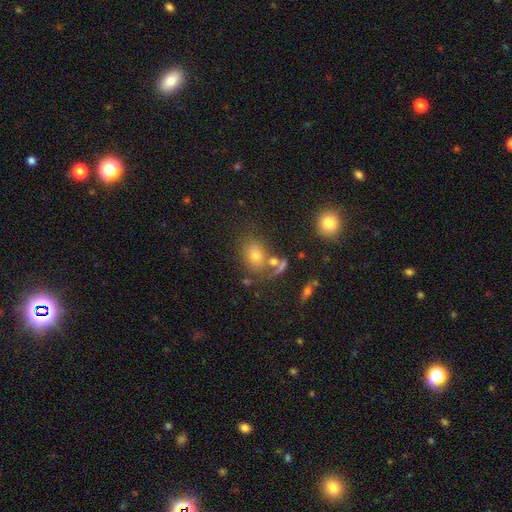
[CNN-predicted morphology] Overall: smooth (68%). How rounded: in between (56%; round 43%). Merging: none (62%).